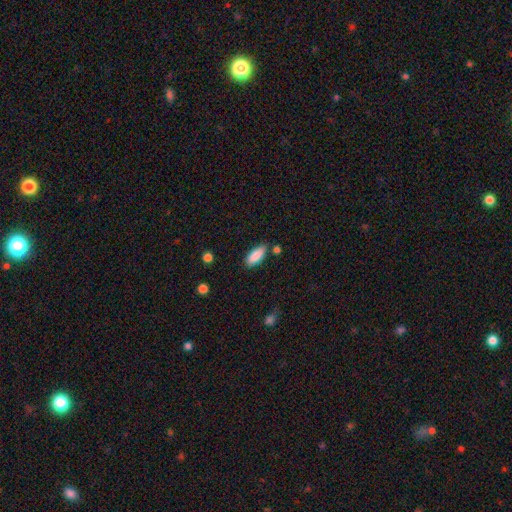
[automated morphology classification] Smooth or featured?
  - smooth: 87% *
  - star or artifact: 6%
  - featured or disk: 6%
How rounded?
  - in between: 78% *
  - cigar-shaped: 21%
  - round: 2%
Merging?
  - none: 79% *
  - minor disturbance: 14%
  - merger: 4%
  - major disturbance: 3%